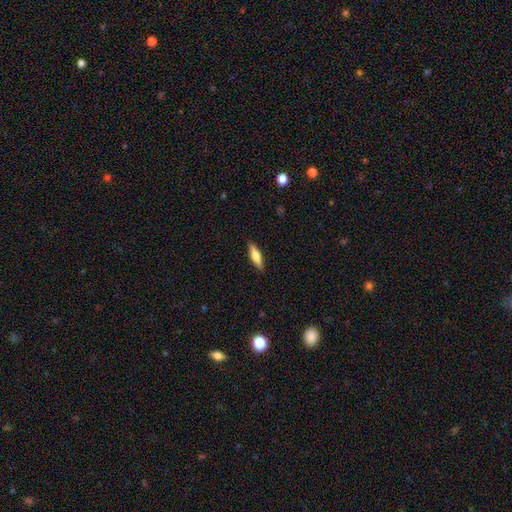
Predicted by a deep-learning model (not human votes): Smooth or featured: smooth — 58% (featured or disk — 36%)
How rounded: cigar-shaped — 70% (in between — 28%)
Merging: none — 89% (minor disturbance — 8%)